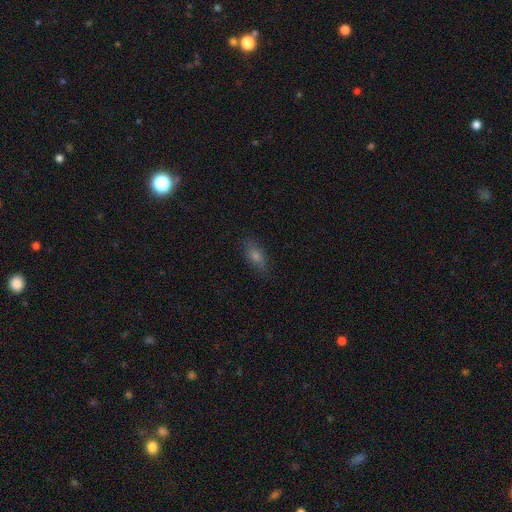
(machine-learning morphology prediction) smooth-or-featured: smooth: 57% | featured or disk: 24% | star or artifact: 19%
  how-rounded: in between: 65% | cigar-shaped: 27% | round: 8%
  merging: none: 82% | minor disturbance: 14% | major disturbance: 3% | merger: 1%